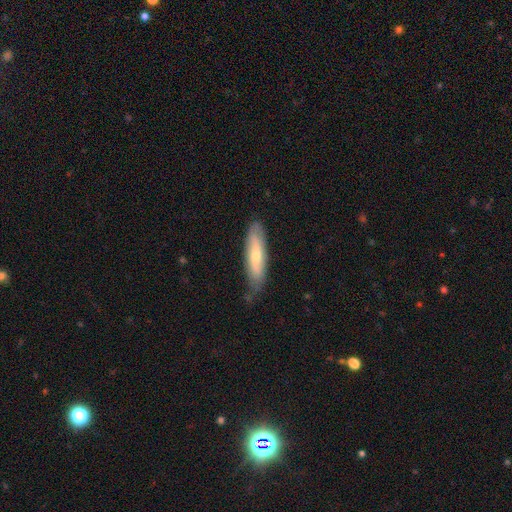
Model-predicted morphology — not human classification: The model was most divided on "smooth or featured": smooth: 58%, featured or disk: 36%, star or artifact: 6%. More confident: merging — none (73%); how rounded — cigar-shaped (69%).